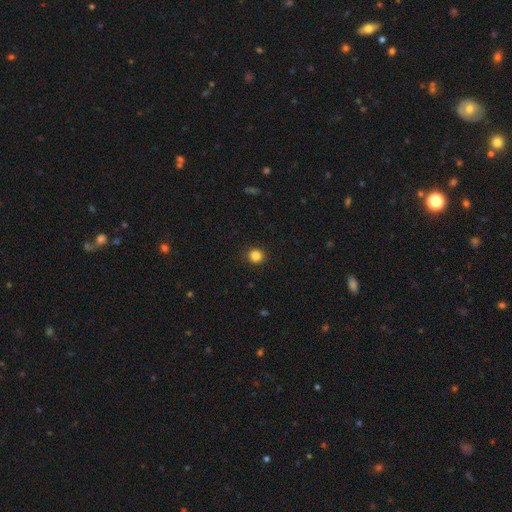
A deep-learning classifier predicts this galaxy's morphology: Smooth or featured: smooth — 85% (star or artifact — 12%)
How rounded: round — 92% (in between — 7%)
Merging: none — 91% (minor disturbance — 6%)